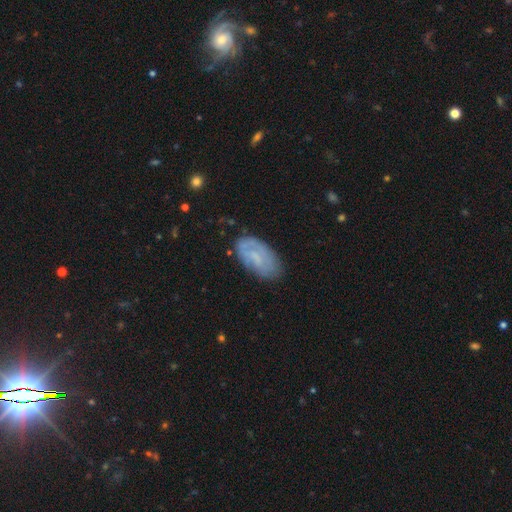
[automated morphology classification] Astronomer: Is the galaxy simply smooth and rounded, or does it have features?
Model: smooth — 51% (runner-up: featured or disk, 42%).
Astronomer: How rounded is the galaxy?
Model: in between — 93%.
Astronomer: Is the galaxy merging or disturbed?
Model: none — 71%.